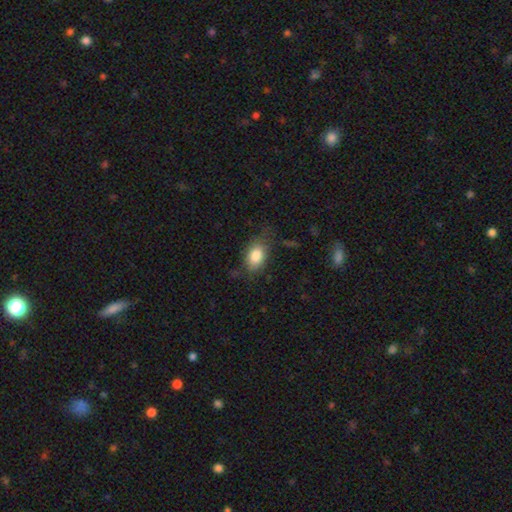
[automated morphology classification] The model was most divided on "merging": none: 65%, minor disturbance: 24%, major disturbance: 9%, merger: 2%. More confident: how rounded — in between (84%); smooth or featured — smooth (83%).